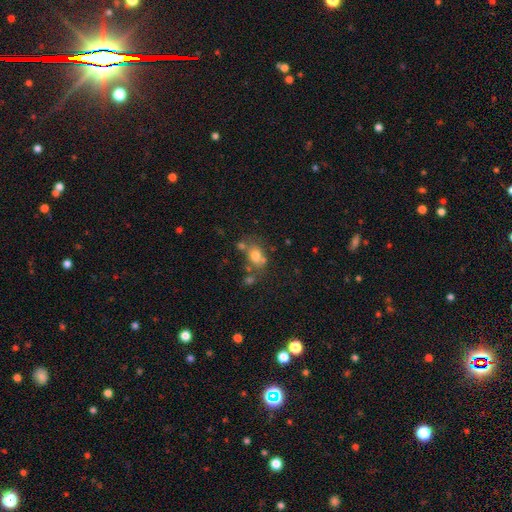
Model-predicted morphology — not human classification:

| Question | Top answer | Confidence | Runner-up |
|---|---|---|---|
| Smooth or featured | smooth | 72% | featured or disk (16%) |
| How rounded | in between | 58% | round (41%) |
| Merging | none | 50% | merger (25%) |